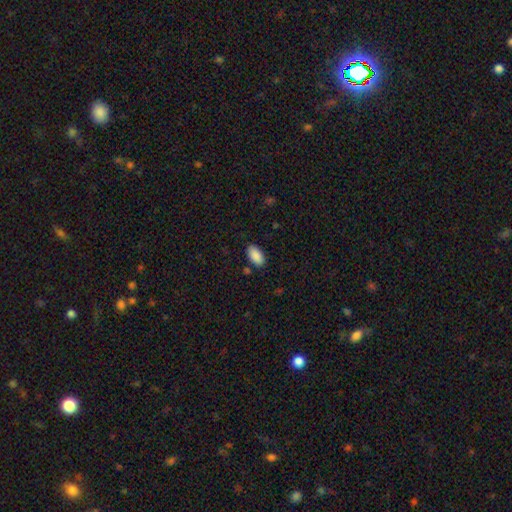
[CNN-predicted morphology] smooth_or_featured: smooth (p=0.90) [alt: star or artifact p=0.07]
how_rounded: in between (p=0.95) [alt: round p=0.03]
merging: none (p=0.86) [alt: minor disturbance p=0.10]